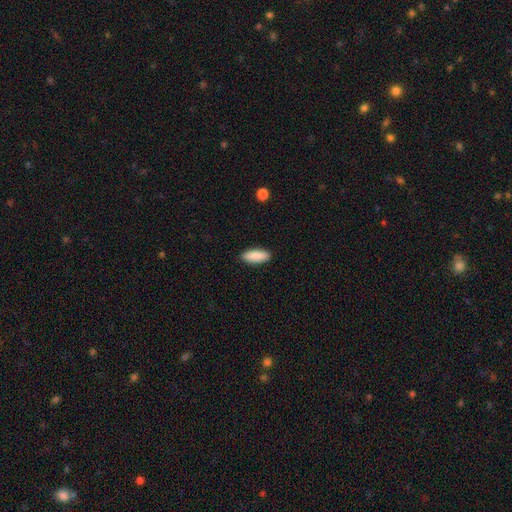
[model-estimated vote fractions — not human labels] Morphology: type=smooth (90%); roundness=in between (68%); merging=none (90%).